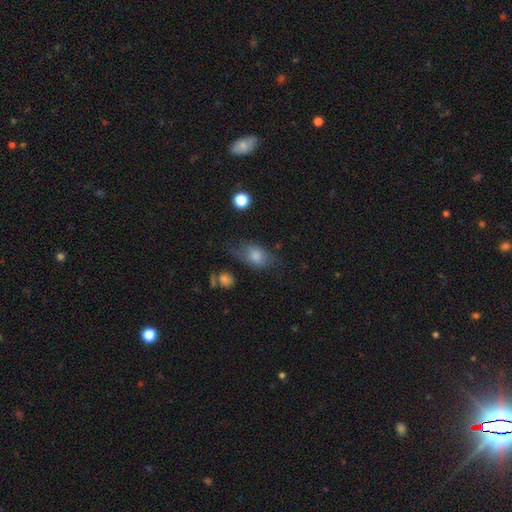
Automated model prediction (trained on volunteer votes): smooth-or-featured: smooth: 66% | featured or disk: 23% | star or artifact: 10%
  how-rounded: in between: 84% | round: 12% | cigar-shaped: 4%
  merging: none: 52% | minor disturbance: 28% | major disturbance: 17% | merger: 3%